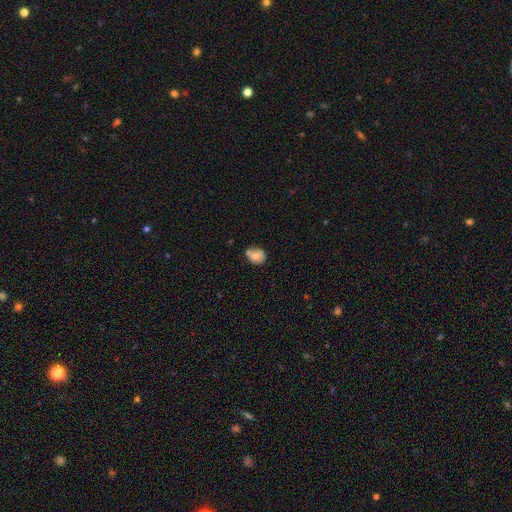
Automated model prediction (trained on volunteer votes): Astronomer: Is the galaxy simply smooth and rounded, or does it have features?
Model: smooth — 66%.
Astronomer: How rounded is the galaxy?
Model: round — 60% (runner-up: in between, 39%).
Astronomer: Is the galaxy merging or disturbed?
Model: none — 46% (runner-up: merger, 27%).